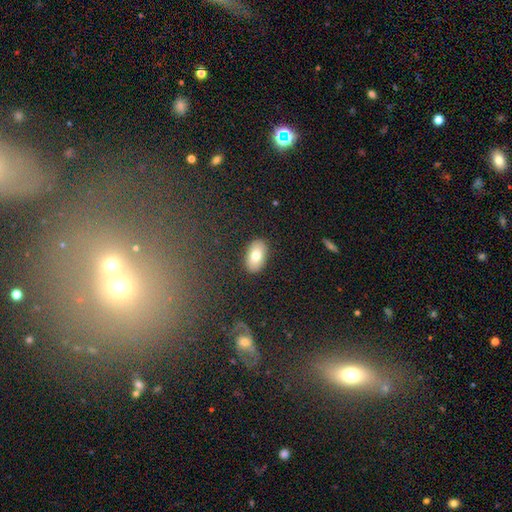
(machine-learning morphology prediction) Smooth or featured?
  - smooth: 77% *
  - featured or disk: 15%
  - star or artifact: 8%
How rounded?
  - in between: 92% *
  - round: 7%
  - cigar-shaped: 1%
Merging?
  - none: 88% *
  - minor disturbance: 8%
  - major disturbance: 2%
  - merger: 1%